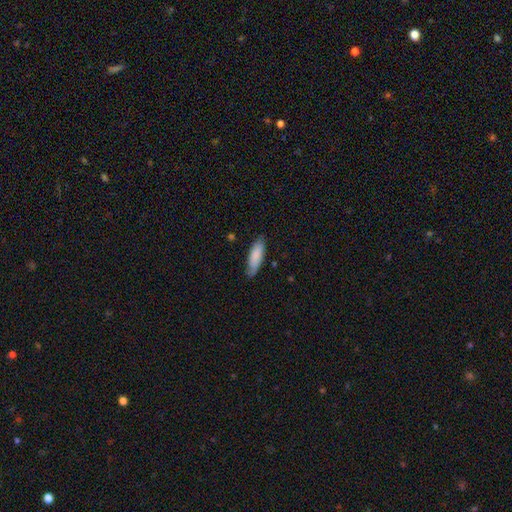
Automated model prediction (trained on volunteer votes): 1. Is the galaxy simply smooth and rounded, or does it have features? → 83% smooth, 12% featured or disk, 6% star or artifact.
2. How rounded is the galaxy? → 54% in between, 45% cigar-shaped, 1% round.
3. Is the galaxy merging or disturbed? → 74% none, 21% minor disturbance, 3% major disturbance, 1% merger.